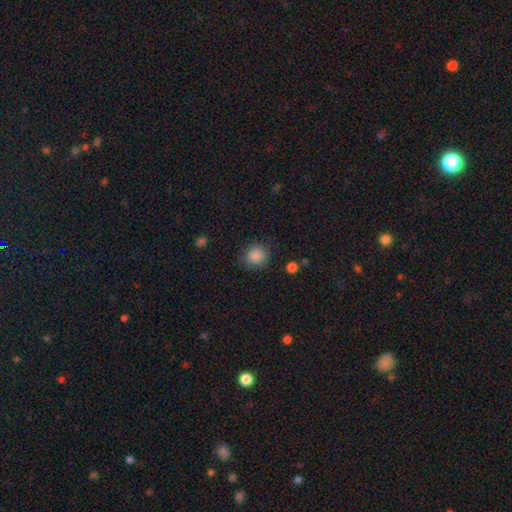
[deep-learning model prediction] smooth 87%, star or artifact 10%, featured or disk 3%. Down the decision tree: how rounded — round (84%); merging — none (83%).